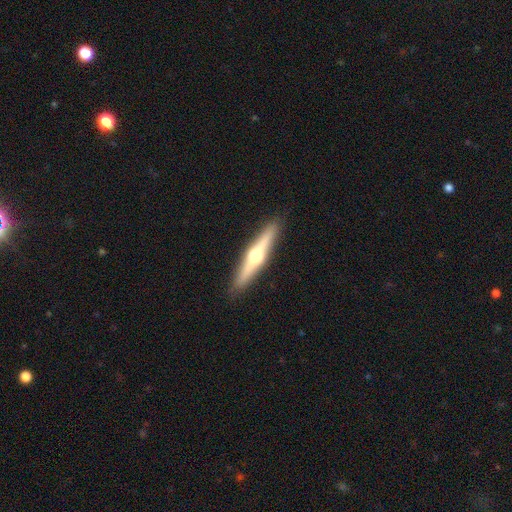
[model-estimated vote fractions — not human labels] smooth-or-featured: featured or disk: 69% | smooth: 26% | star or artifact: 5%
  disk-edge-on: yes: 97% | no: 3%
    edge-on-bulge: rounded: 95% | boxy: 3% | none: 2%
  merging: none: 91% | minor disturbance: 7% | major disturbance: 1% | merger: 1%